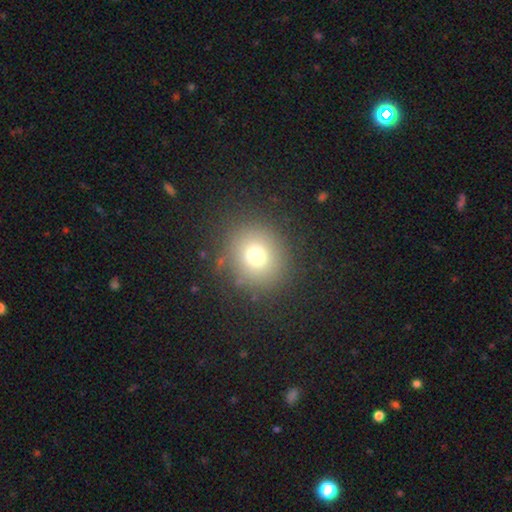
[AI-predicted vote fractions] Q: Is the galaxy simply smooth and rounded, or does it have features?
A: smooth — 73%.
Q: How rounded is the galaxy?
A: round — 85%.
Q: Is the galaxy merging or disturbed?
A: none — 86%.